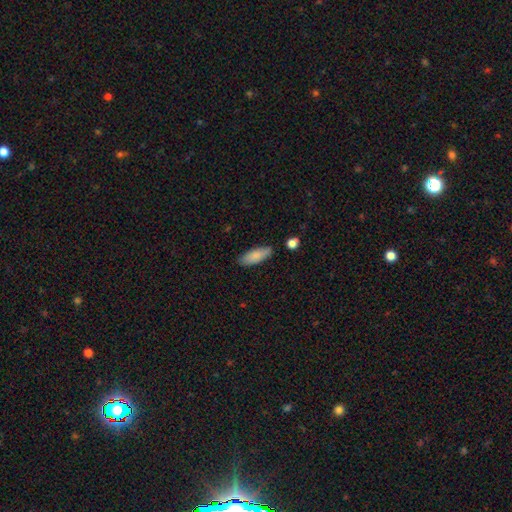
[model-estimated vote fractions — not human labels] This appears to be a smooth galaxy with no disk features (84%) that is in between round and cigar-shaped (69%). Merging: none (80%).